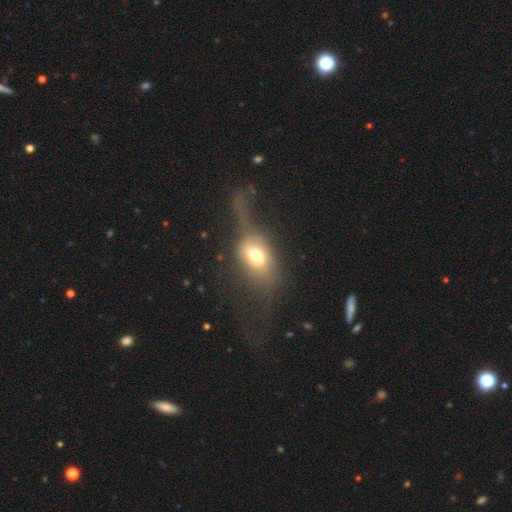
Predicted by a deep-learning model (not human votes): Q: Smooth or featured?
A: smooth (64%); runner-up: featured or disk (26%)
Q: How rounded?
A: in between (79%); runner-up: round (16%)
Q: Merging?
A: major disturbance (48%); runner-up: none (26%)